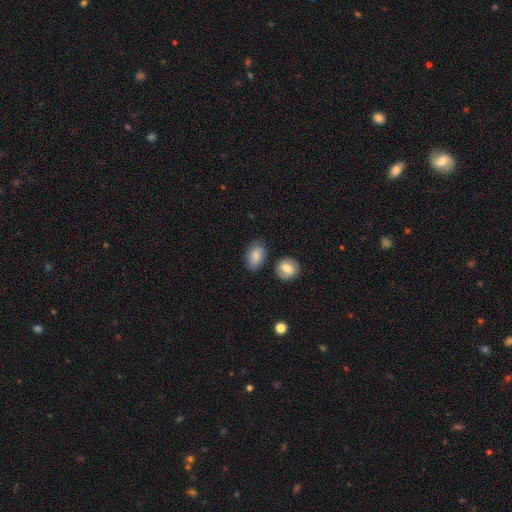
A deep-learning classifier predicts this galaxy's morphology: Smooth or featured?
  - smooth: 81% *
  - featured or disk: 12%
  - star or artifact: 7%
How rounded?
  - in between: 87% *
  - round: 12%
  - cigar-shaped: 2%
Merging?
  - none: 73% *
  - minor disturbance: 17%
  - merger: 6%
  - major disturbance: 4%